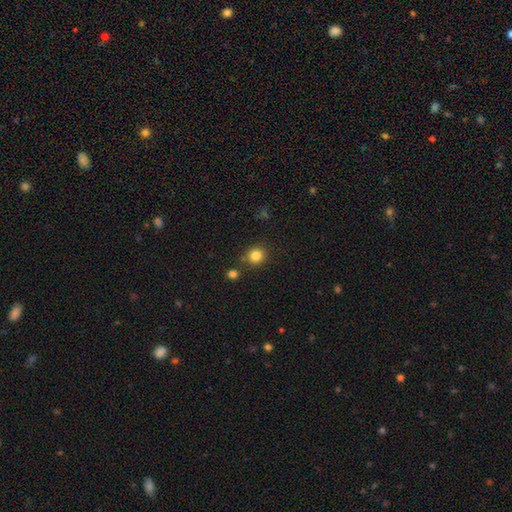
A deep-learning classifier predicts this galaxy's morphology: type=smooth (83%); roundness=round (87%); merging=none (80%).